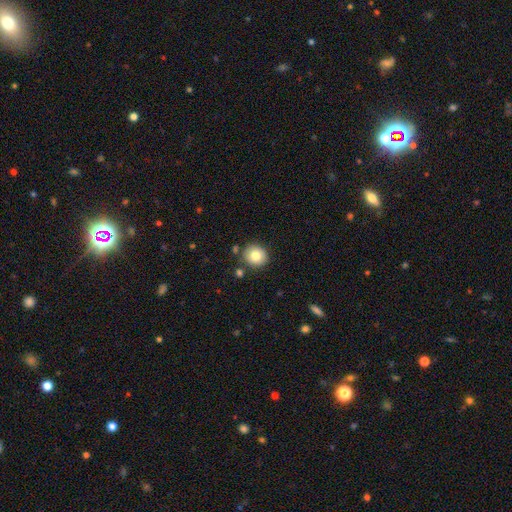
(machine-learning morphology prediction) Q: Smooth or featured?
A: smooth (81%); runner-up: featured or disk (9%)
Q: How rounded?
A: round (85%); runner-up: in between (14%)
Q: Merging?
A: none (84%); runner-up: minor disturbance (9%)